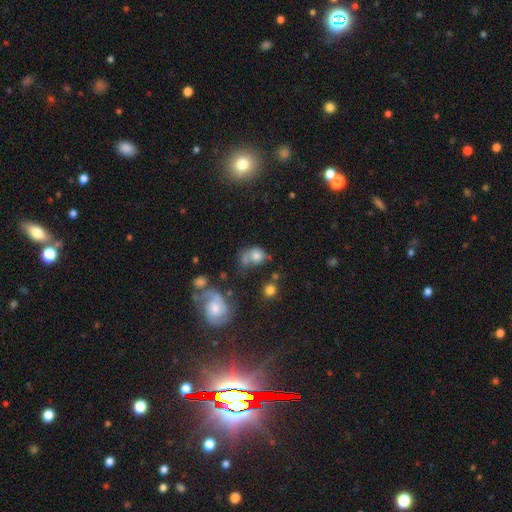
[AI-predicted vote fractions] Smooth or featured? smooth (68%)
How rounded? round (59%)
Merging? none (34%)